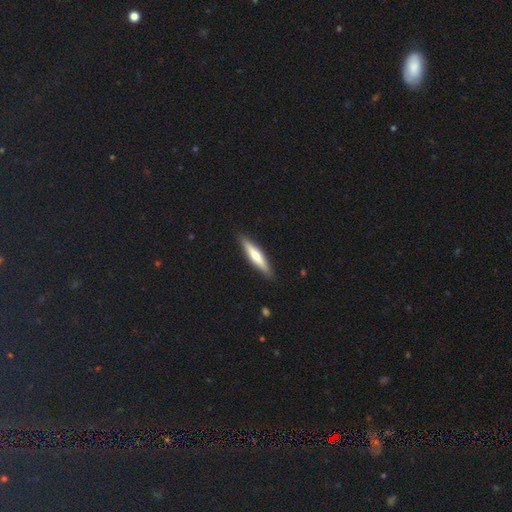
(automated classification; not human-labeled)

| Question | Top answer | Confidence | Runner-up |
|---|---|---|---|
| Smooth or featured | smooth | 50% | featured or disk (45%) |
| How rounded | cigar-shaped | 86% | in between (13%) |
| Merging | none | 89% | minor disturbance (8%) |